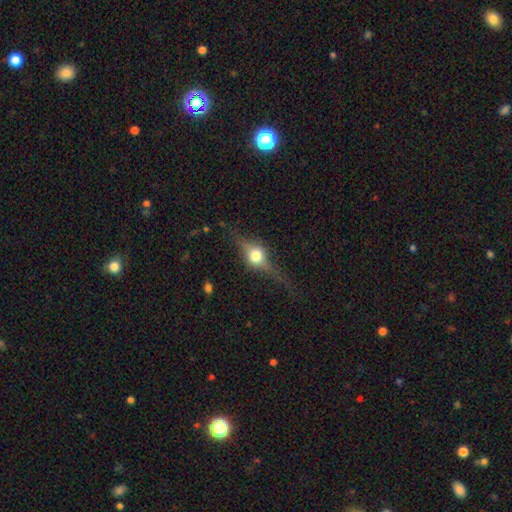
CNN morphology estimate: Q: Smooth or featured?
A: featured or disk (65%); runner-up: smooth (25%)
Q: Edge-on disk?
A: yes (94%); runner-up: no (6%)
Q: Edge-on bulge?
A: rounded (96%); runner-up: boxy (3%)
Q: Merging?
A: none (76%); runner-up: minor disturbance (15%)